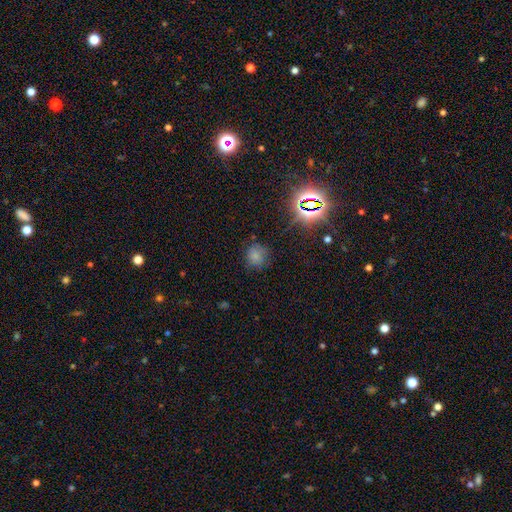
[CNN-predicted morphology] Smooth or featured? Predicted: smooth (p=0.65). How rounded? Predicted: round (p=0.82). Merging? Predicted: none (p=0.72).